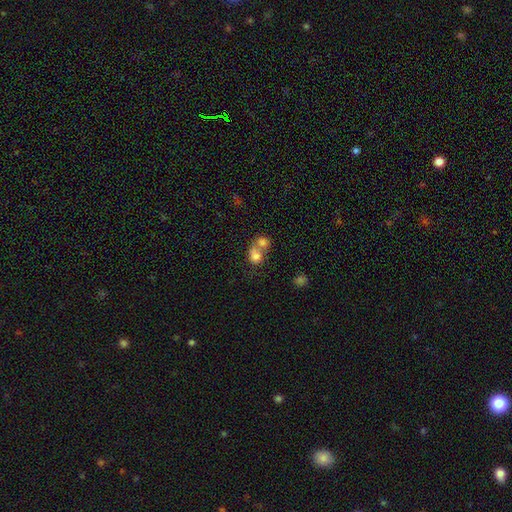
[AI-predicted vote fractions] smooth 74%, featured or disk 16%, star or artifact 10%. Down the decision tree: how rounded — round (64%); merging — merger (70%).